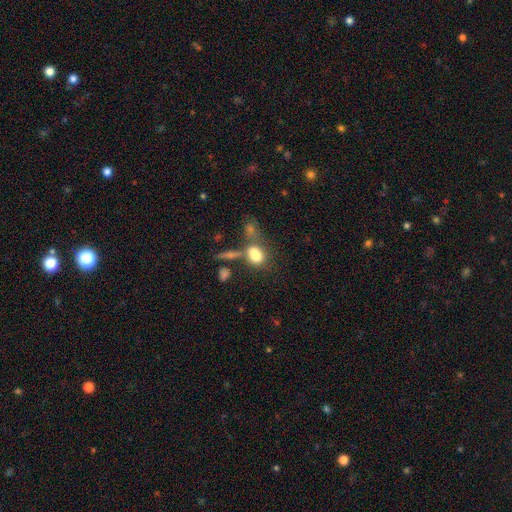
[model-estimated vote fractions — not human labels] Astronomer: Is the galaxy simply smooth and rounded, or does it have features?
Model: smooth — 75%.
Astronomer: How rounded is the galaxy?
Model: in between — 53% (runner-up: round, 44%).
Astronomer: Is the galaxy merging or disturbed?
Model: merger — 41% (runner-up: none, 35%).